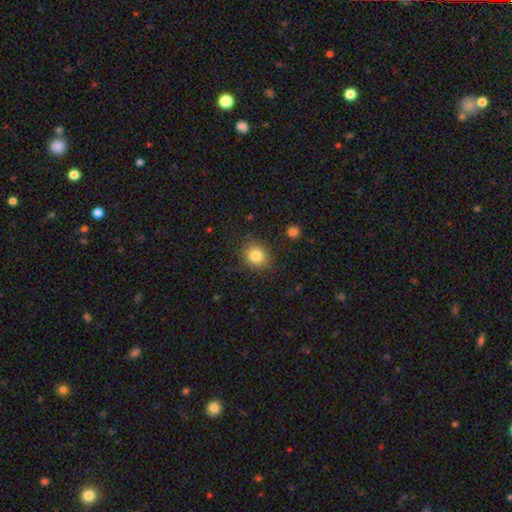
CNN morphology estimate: The model was most divided on "how rounded": round: 69%, in between: 30%, cigar-shaped: 1%. More confident: merging — none (84%); smooth or featured — smooth (83%).